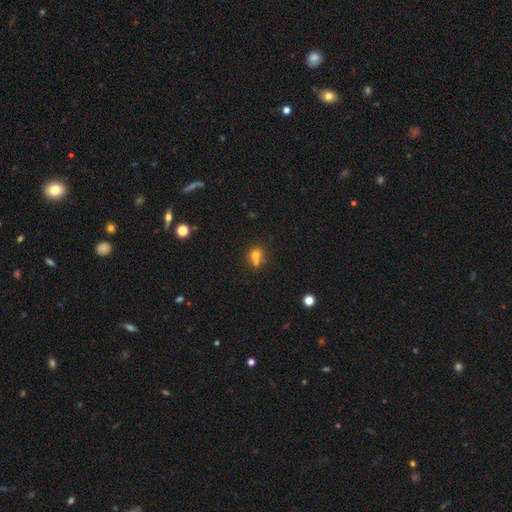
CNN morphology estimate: This is likely a smooth galaxy (68%). How rounded: likely round (77%). Merging: possibly merger (51%).